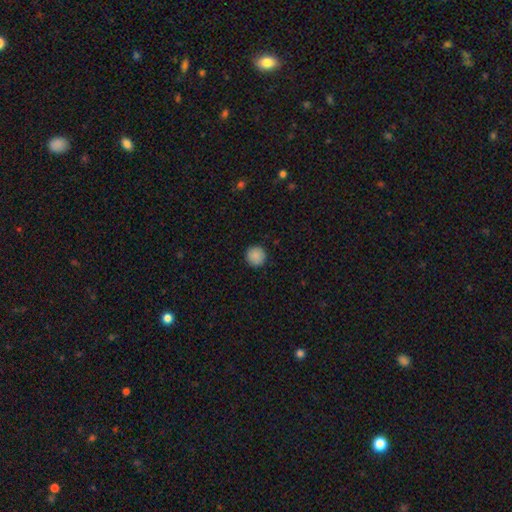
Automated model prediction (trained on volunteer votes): This appears to be a smooth galaxy with no disk features (89%) that is round (95%). Merging: none (92%).